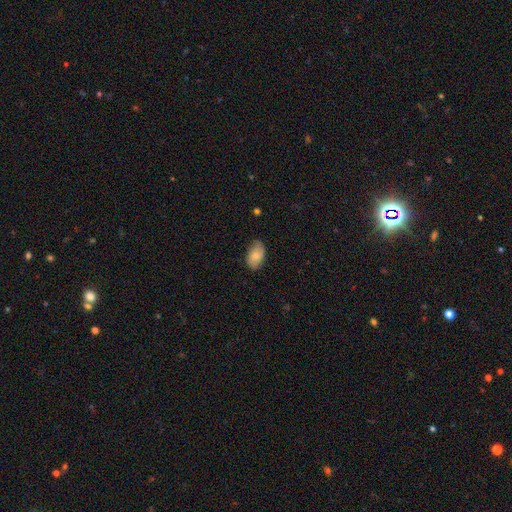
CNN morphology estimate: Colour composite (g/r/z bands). It shows a smooth galaxy with no disk features (75%) that is in between round and cigar-shaped (93%). Merging: none (76%).